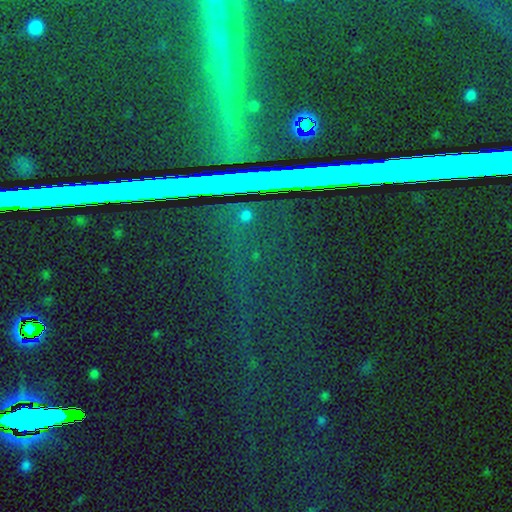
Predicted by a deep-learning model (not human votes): Overall: star or artifact (87%).